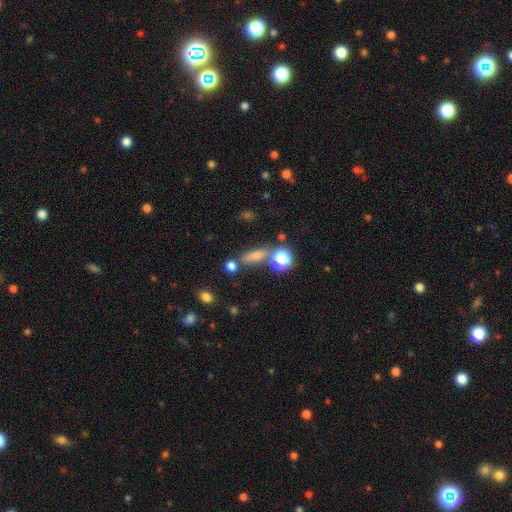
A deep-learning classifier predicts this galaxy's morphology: smooth 69%, star or artifact 19%, featured or disk 12%. Down the decision tree: how rounded — cigar-shaped (43%); merging — none (68%).